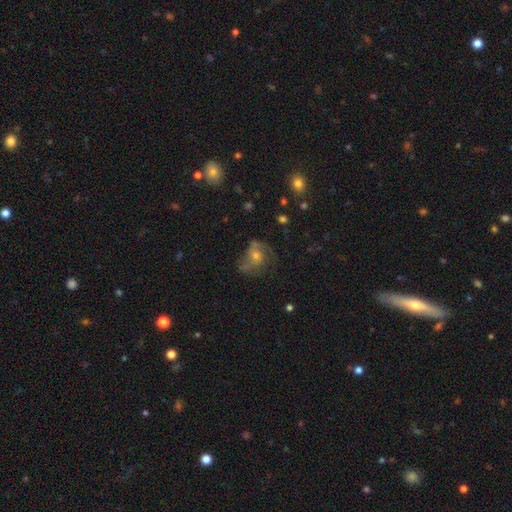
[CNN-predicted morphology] type=featured or disk (59%); edge-on=no (97%); bar=no (73%); spiral arms=yes (80%); bulge=moderate (53%); merging=none (52%).